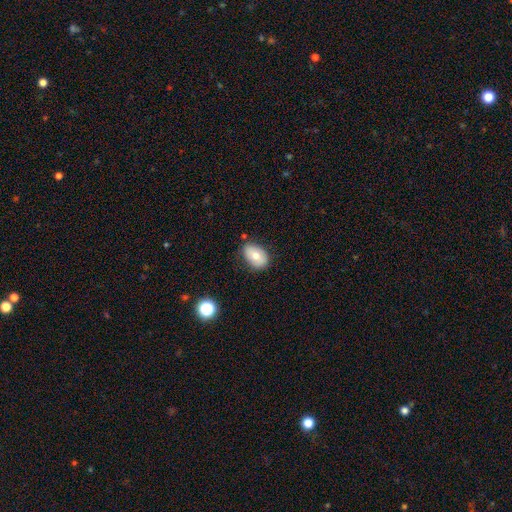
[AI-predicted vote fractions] This is likely a smooth galaxy (72%). How rounded: clearly in between (86%). Merging: likely none (75%).